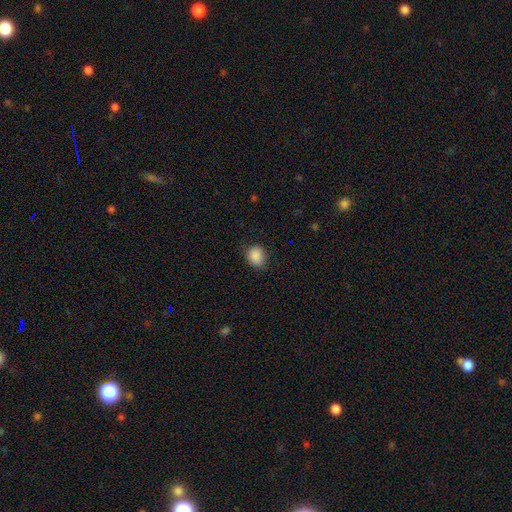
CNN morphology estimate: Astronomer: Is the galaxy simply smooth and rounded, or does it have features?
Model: smooth — 88%.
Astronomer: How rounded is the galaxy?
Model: round — 58% (runner-up: in between, 41%).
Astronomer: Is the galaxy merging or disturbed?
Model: none — 80%.